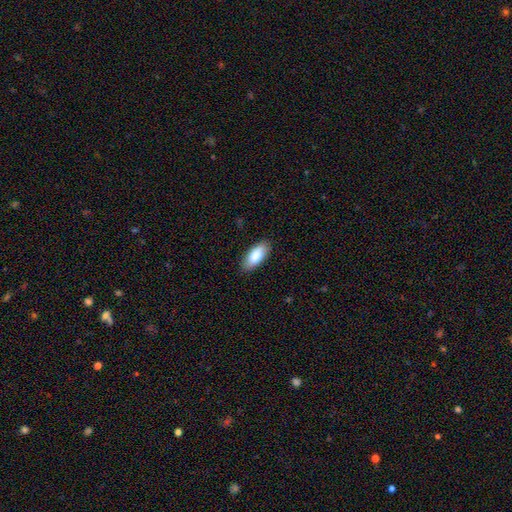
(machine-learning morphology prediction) The model was most divided on "how rounded": in between: 86%, cigar-shaped: 12%, round: 2%. More confident: merging — none (86%); smooth or featured — smooth (86%).